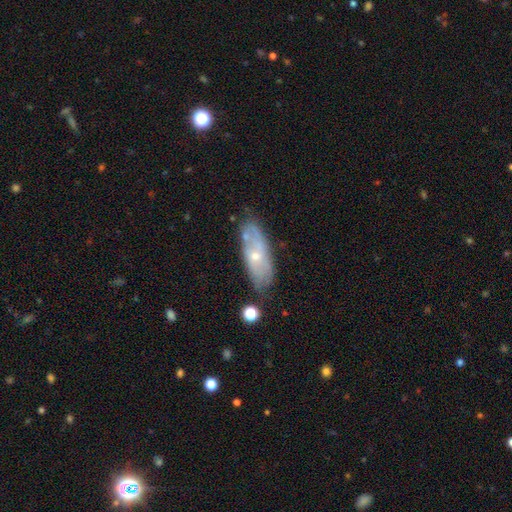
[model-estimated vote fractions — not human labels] smooth_or_featured: featured or disk (p=0.55) [alt: smooth p=0.38]
disk_edge_on: no (p=0.81) [alt: yes p=0.19]
merging: none (p=0.64) [alt: minor disturbance p=0.22]